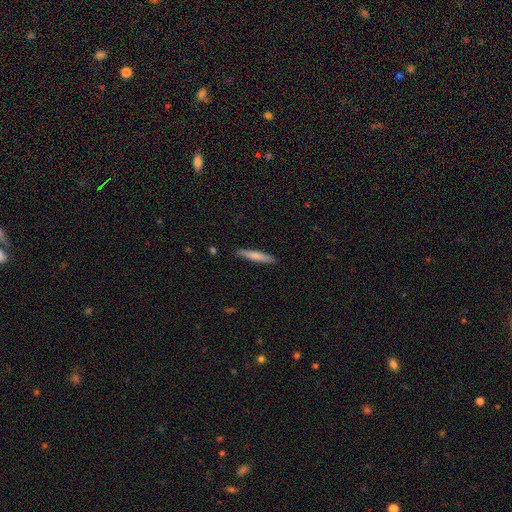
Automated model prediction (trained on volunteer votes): Overall: smooth (73%). How rounded: cigar-shaped (93%). Merging: none (89%).